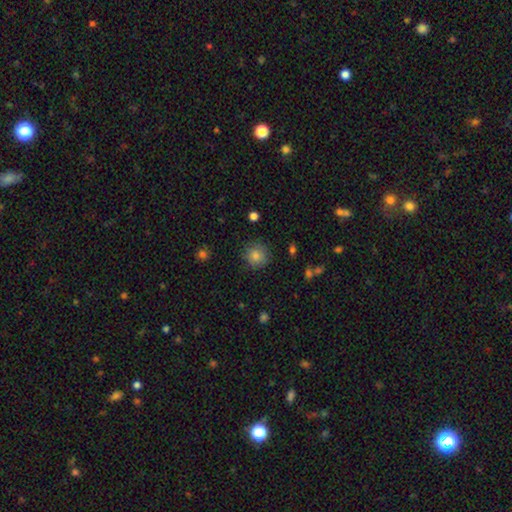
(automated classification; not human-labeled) Smooth or featured?
  - smooth: 81% *
  - star or artifact: 11%
  - featured or disk: 8%
How rounded?
  - round: 93% *
  - in between: 6%
  - cigar-shaped: 1%
Merging?
  - none: 86% *
  - minor disturbance: 10%
  - major disturbance: 3%
  - merger: 1%